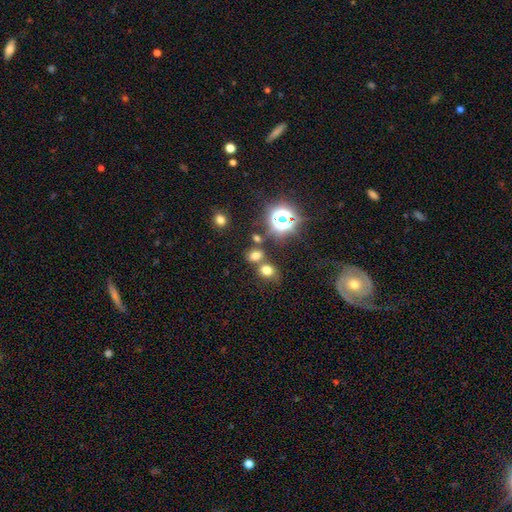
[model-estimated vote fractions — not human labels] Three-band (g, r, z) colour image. It shows a smooth galaxy with no disk features (66%) that is in between round and cigar-shaped (51%). Merging: none (60%).